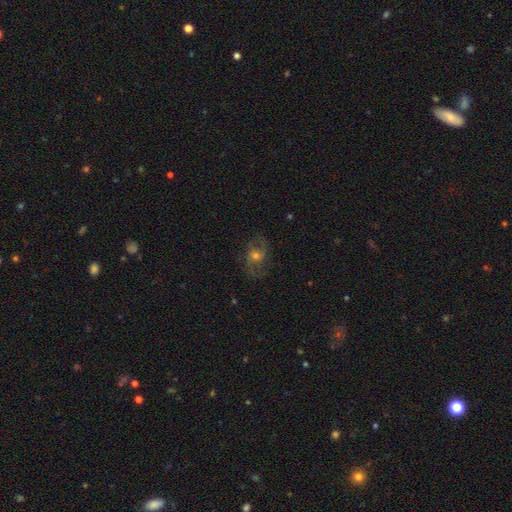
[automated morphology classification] Smooth or featured? Predicted: featured or disk (p=0.71). Edge-on disk? Predicted: no (p=0.96). Bar? Predicted: no (p=0.56). Spiral arms? Predicted: yes (p=0.90). Spiral winding? Predicted: medium (p=0.49). Spiral arm count? Predicted: 2 (p=0.84). Bulge size? Predicted: moderate (p=0.51). Merging? Predicted: none (p=0.73).